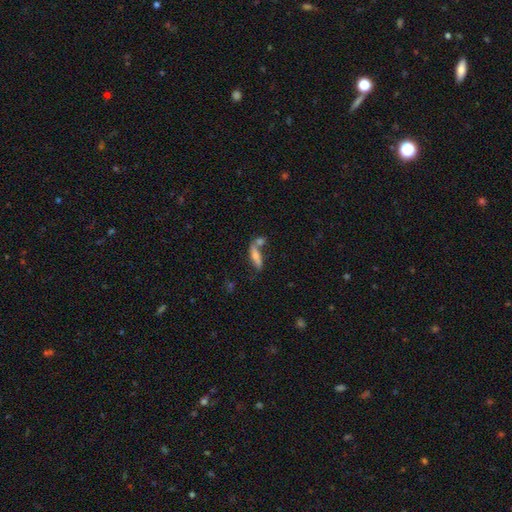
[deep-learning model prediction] This is possibly a smooth galaxy (58%). How rounded: likely cigar-shaped (66%). Merging: possibly none (52%).